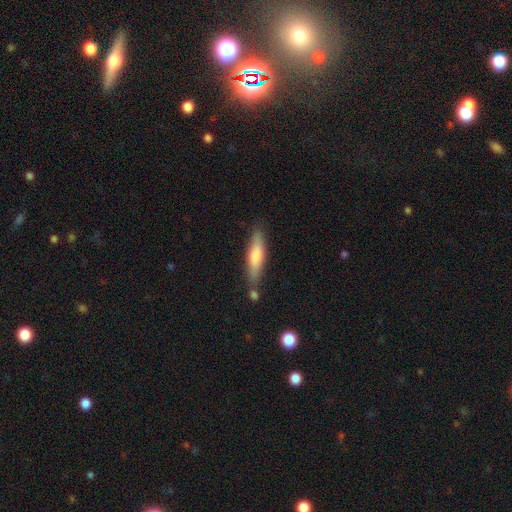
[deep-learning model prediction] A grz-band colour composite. It shows a smooth galaxy with no disk features (71%) that is cigar-shaped (74%). Merging: none (72%).